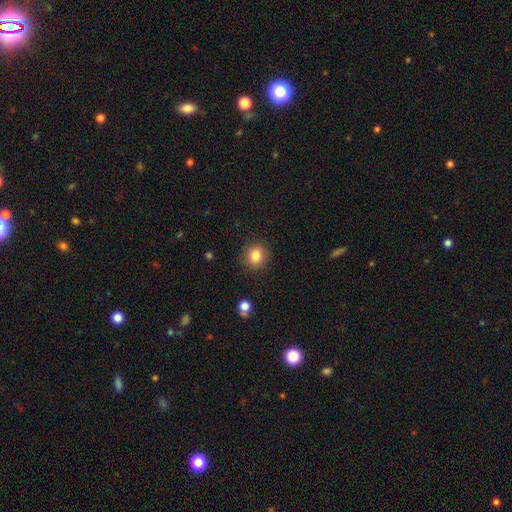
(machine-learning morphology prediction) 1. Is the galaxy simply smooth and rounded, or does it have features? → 83% smooth, 10% star or artifact, 7% featured or disk.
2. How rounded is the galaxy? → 83% round, 17% in between, 1% cigar-shaped.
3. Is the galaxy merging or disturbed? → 88% none, 8% minor disturbance, 2% major disturbance, 1% merger.